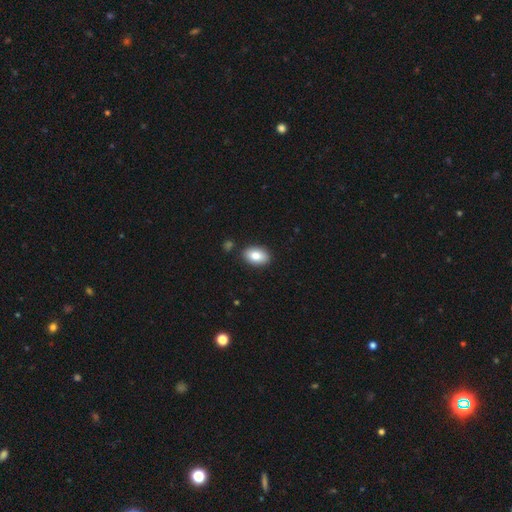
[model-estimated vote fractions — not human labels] Smooth or featured?
  - smooth: 84% *
  - featured or disk: 9%
  - star or artifact: 7%
How rounded?
  - in between: 89% *
  - round: 9%
  - cigar-shaped: 1%
Merging?
  - none: 86% *
  - minor disturbance: 9%
  - merger: 3%
  - major disturbance: 2%